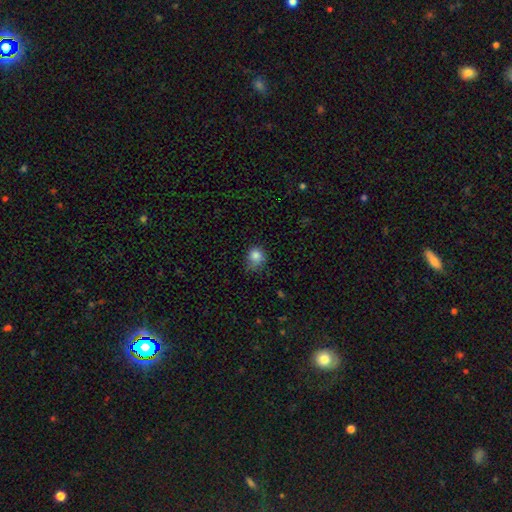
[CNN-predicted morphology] Overall: smooth (84%). How rounded: round (77%). Merging: none (55%; minor disturbance 34%).